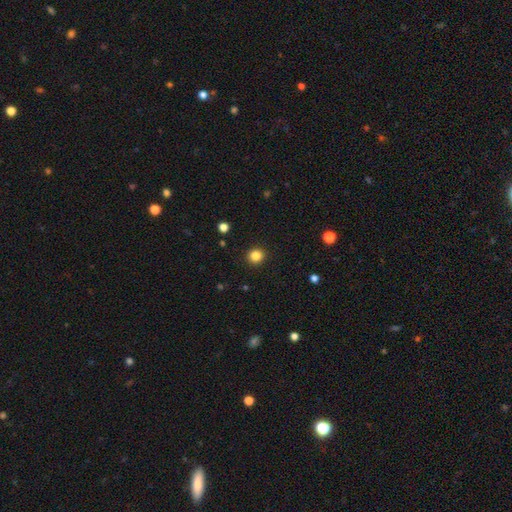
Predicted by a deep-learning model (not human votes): smooth-or-featured: smooth: 85% | star or artifact: 11% | featured or disk: 4%
  how-rounded: round: 90% | in between: 9% | cigar-shaped: 1%
  merging: none: 92% | minor disturbance: 5% | major disturbance: 2% | merger: 1%